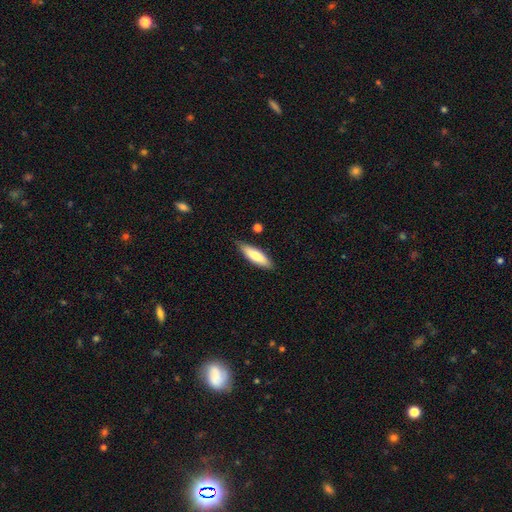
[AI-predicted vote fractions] smooth_or_featured: smooth (p=0.75) [alt: featured or disk p=0.19]
how_rounded: cigar-shaped (p=0.54) [alt: in between p=0.44]
merging: none (p=0.82) [alt: minor disturbance p=0.13]